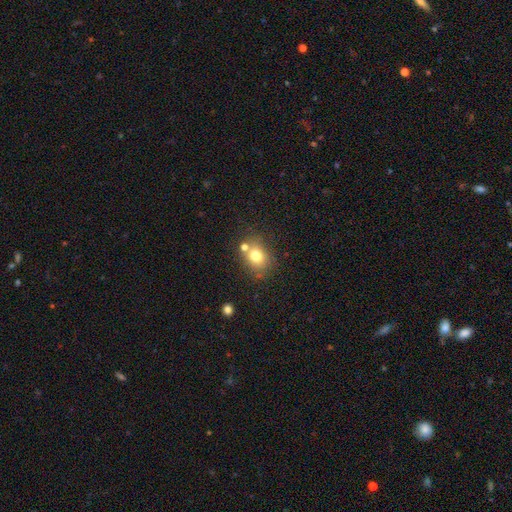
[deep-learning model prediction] The model was most divided on "how rounded": round: 53%, in between: 46%, cigar-shaped: 1%. More confident: smooth or featured — smooth (75%); merging — none (64%).